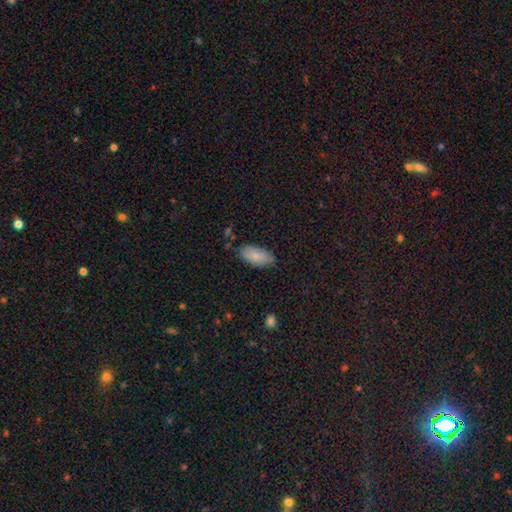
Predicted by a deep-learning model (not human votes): A smooth galaxy with no disk features (84%) that is in between round and cigar-shaped (91%). Merging: none (81%).